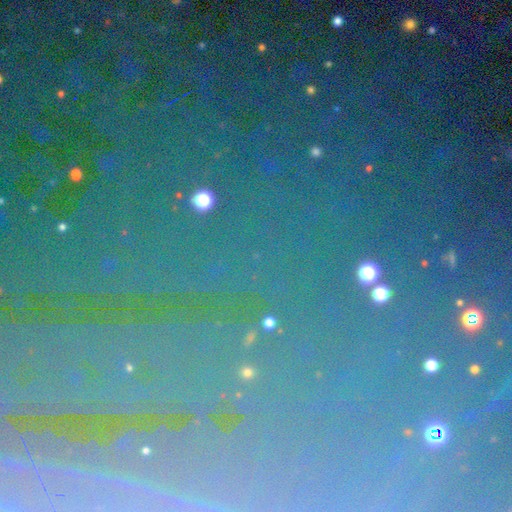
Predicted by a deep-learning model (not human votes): The model was most divided on "smooth or featured": star or artifact: 75%, smooth: 15%, featured or disk: 10%.